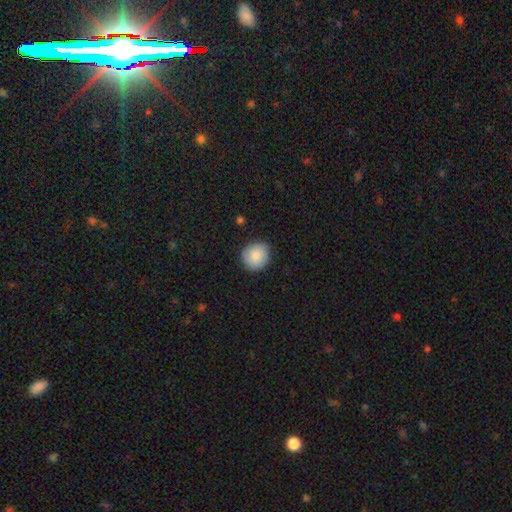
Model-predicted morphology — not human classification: A smooth galaxy with no disk features (86%) that is round (86%).

Vote fractions:
- Smooth or featured? smooth: 86% / star or artifact: 7% / featured or disk: 7%
- How rounded? round: 86% / in between: 13% / cigar-shaped: 1%
- Merging? none: 85% / minor disturbance: 12% / major disturbance: 2% / merger: 1%